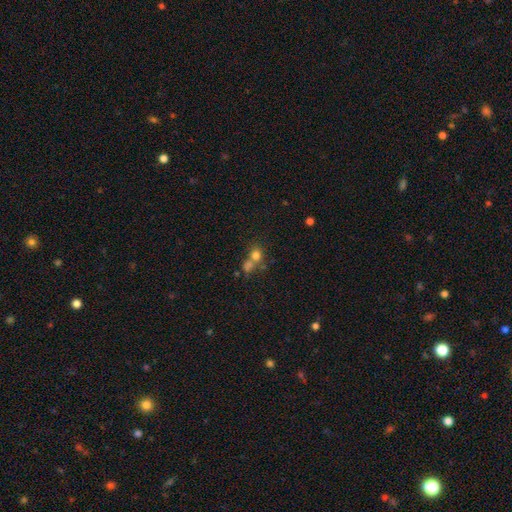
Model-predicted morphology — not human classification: Smooth or featured: smooth — 72% (star or artifact — 16%)
How rounded: round — 80% (in between — 19%)
Merging: merger — 45% (none — 42%)